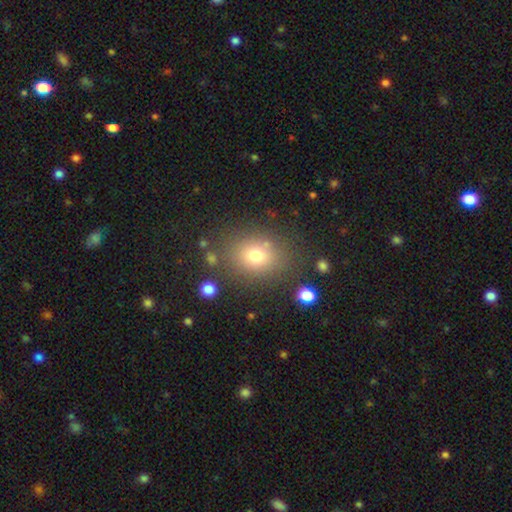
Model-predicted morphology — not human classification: A smooth galaxy with no disk features (72%) that is round (56%). Merging: none (78%).